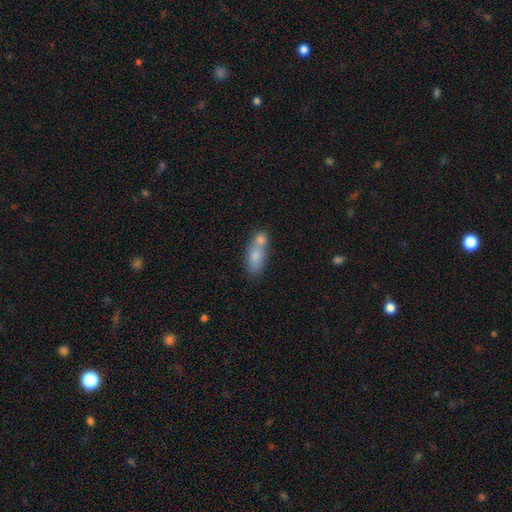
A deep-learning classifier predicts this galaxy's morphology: A smooth galaxy with no disk features (76%) that is in between round and cigar-shaped (73%).

Vote fractions:
- Smooth or featured? smooth: 76% / featured or disk: 16% / star or artifact: 8%
- How rounded? in between: 73% / cigar-shaped: 21% / round: 6%
- Merging? merger: 54% / none: 29% / minor disturbance: 12% / major disturbance: 5%